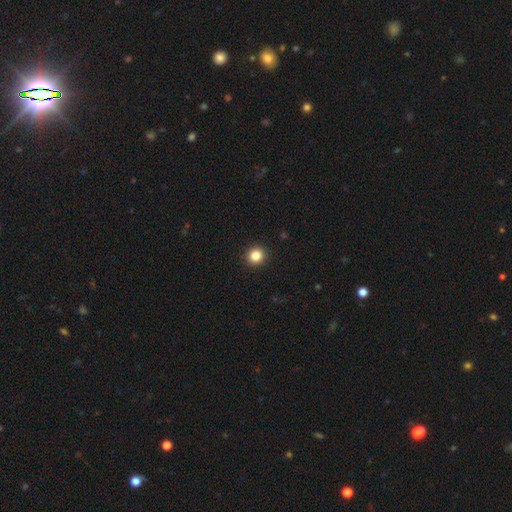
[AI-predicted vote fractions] Morphology: type=smooth (85%); roundness=round (91%); merging=none (93%).